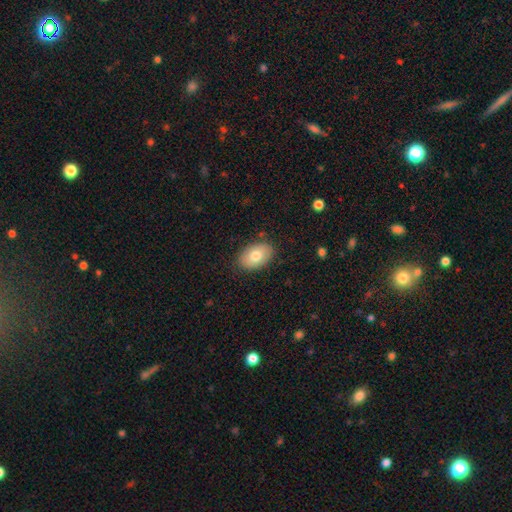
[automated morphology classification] Overall: smooth (78%). How rounded: in between (89%). Merging: none (85%).